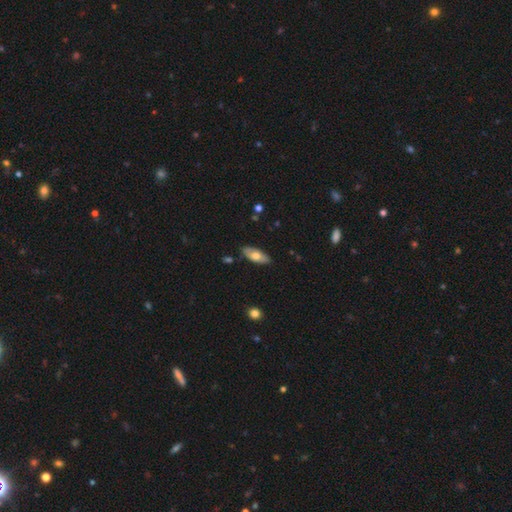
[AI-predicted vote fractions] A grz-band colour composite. It shows a smooth galaxy with no disk features (62%) that is in between round and cigar-shaped (85%). Merging: none (82%).